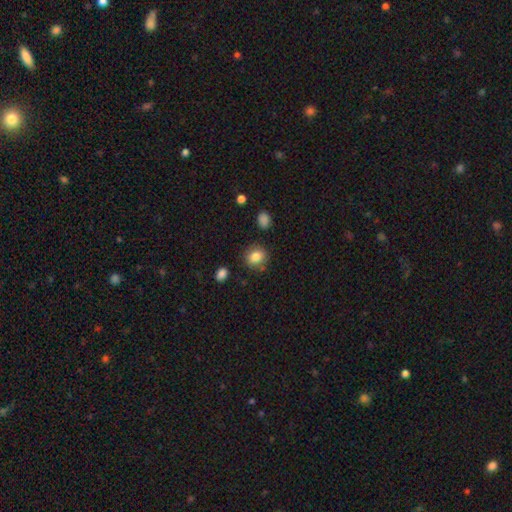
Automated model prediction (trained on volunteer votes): smooth 84%, star or artifact 9%, featured or disk 7%. Down the decision tree: how rounded — round (69%); merging — none (83%).